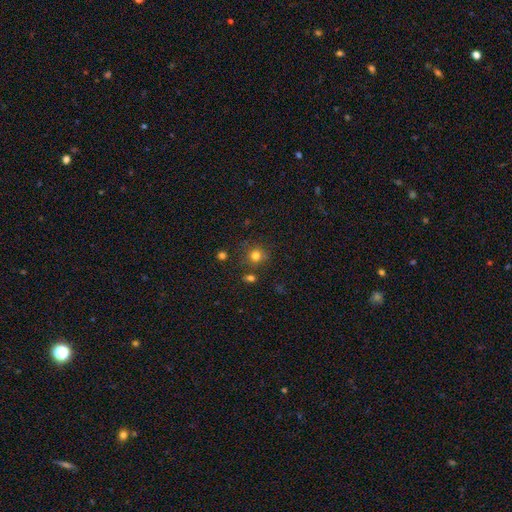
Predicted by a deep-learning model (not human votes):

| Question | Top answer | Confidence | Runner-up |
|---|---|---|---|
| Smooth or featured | smooth | 77% | star or artifact (16%) |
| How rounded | round | 89% | in between (10%) |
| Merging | none | 77% | minor disturbance (12%) |